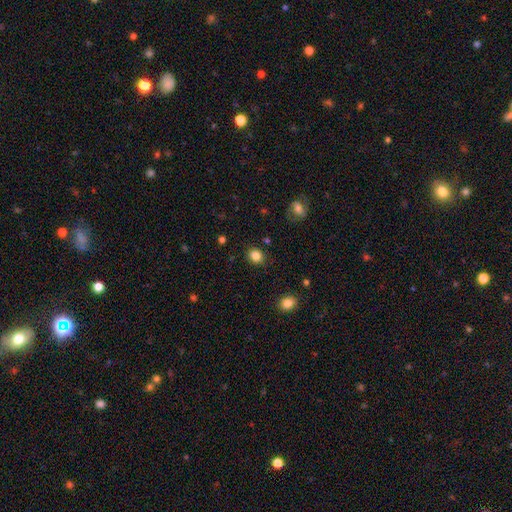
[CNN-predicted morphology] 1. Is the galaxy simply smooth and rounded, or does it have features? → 84% smooth, 11% star or artifact, 5% featured or disk.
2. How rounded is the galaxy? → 67% round, 32% in between, 1% cigar-shaped.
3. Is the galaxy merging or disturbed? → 88% none, 8% minor disturbance, 3% major disturbance, 1% merger.